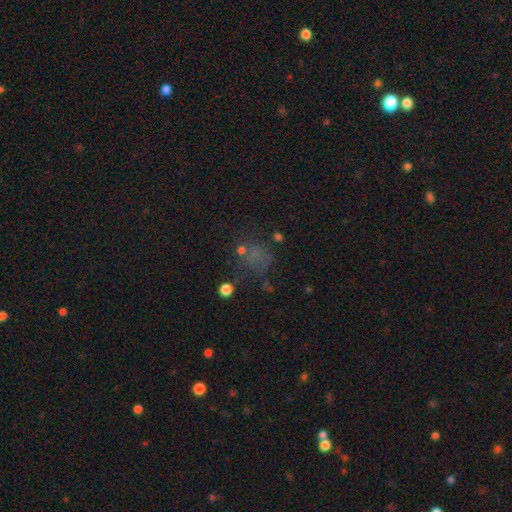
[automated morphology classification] type=smooth (44%); merging=none (48%).